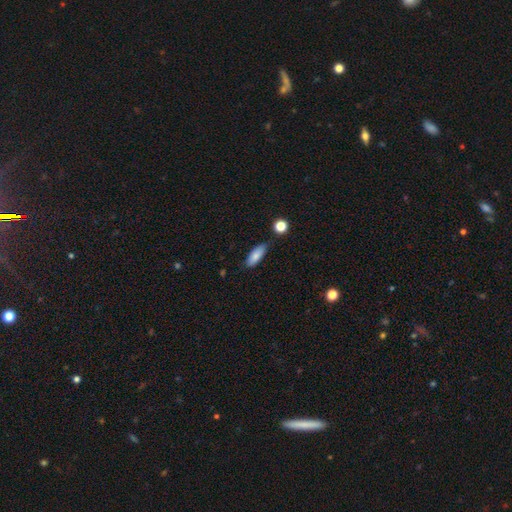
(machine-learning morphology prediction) Smooth or featured?
  - smooth: 83% *
  - featured or disk: 10%
  - star or artifact: 7%
How rounded?
  - in between: 71% *
  - cigar-shaped: 27%
  - round: 2%
Merging?
  - none: 77% *
  - minor disturbance: 16%
  - merger: 3%
  - major disturbance: 3%